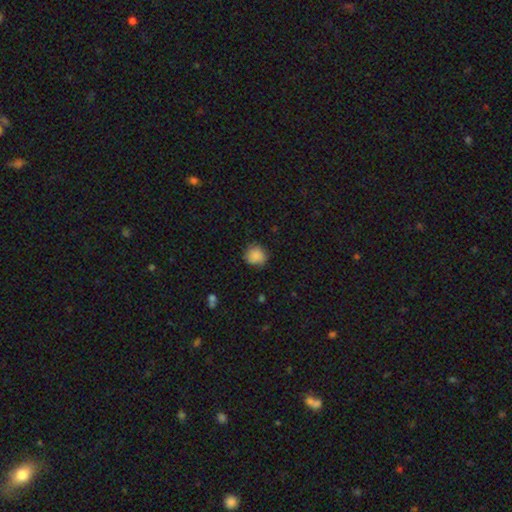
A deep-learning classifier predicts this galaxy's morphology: Overall: smooth (86%). How rounded: round (87%). Merging: none (78%).